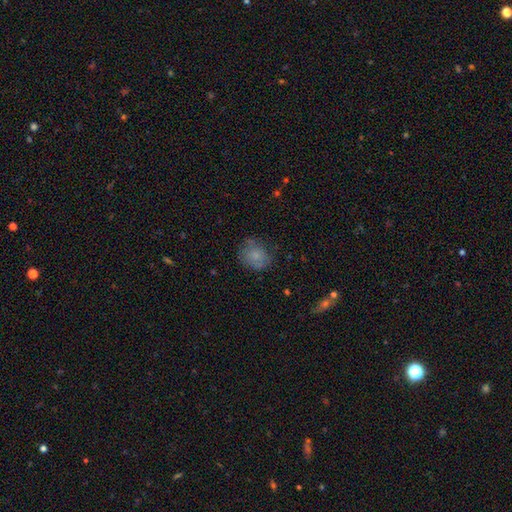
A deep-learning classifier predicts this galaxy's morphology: This is likely a smooth galaxy (74%). How rounded: likely round (66%). Merging: likely none (65%).